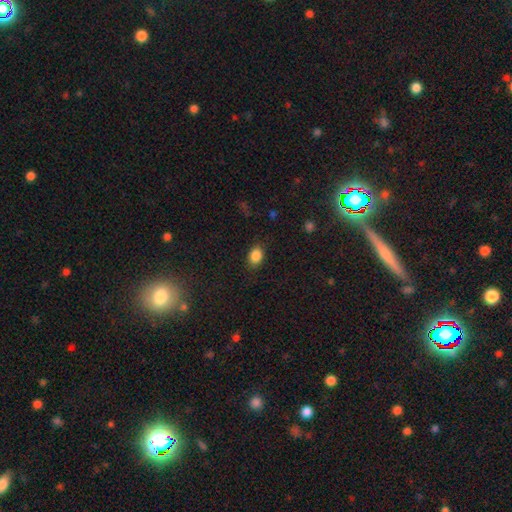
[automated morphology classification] Smooth or featured? smooth (85%)
How rounded? in between (69%)
Merging? none (85%)